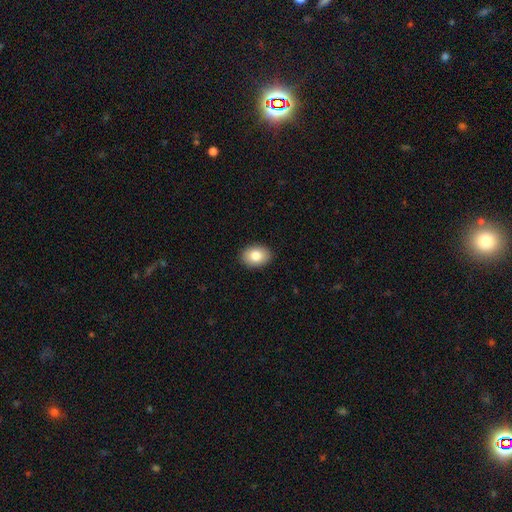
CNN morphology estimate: Q: Smooth or featured?
A: smooth (83%); runner-up: featured or disk (9%)
Q: How rounded?
A: in between (76%); runner-up: round (23%)
Q: Merging?
A: none (90%); runner-up: minor disturbance (7%)